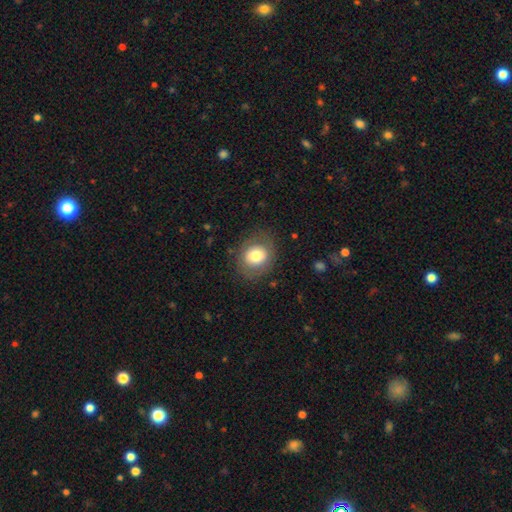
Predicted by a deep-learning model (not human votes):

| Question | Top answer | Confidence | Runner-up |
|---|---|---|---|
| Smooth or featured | smooth | 73% | featured or disk (18%) |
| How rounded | round | 66% | in between (33%) |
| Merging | none | 81% | minor disturbance (12%) |